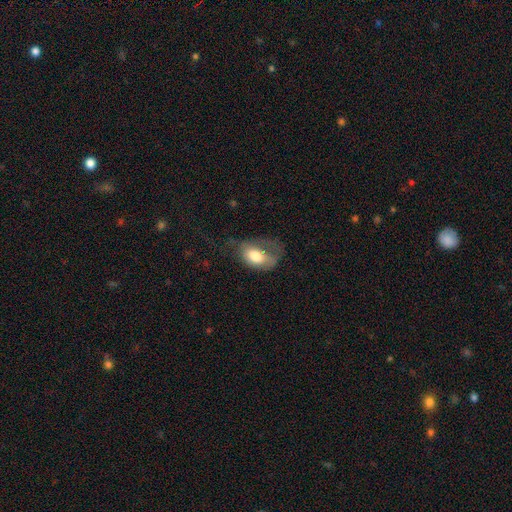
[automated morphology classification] Overall: smooth (70%). How rounded: in between (86%). Merging: major disturbance (44%; minor disturbance 28%).